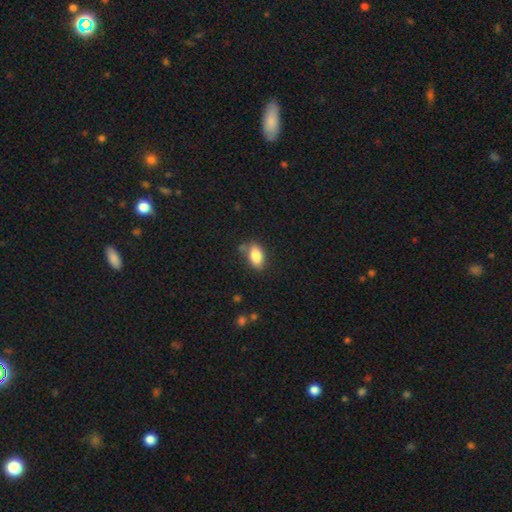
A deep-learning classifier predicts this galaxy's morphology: Overall: smooth (84%). How rounded: in between (90%). Merging: none (73%).